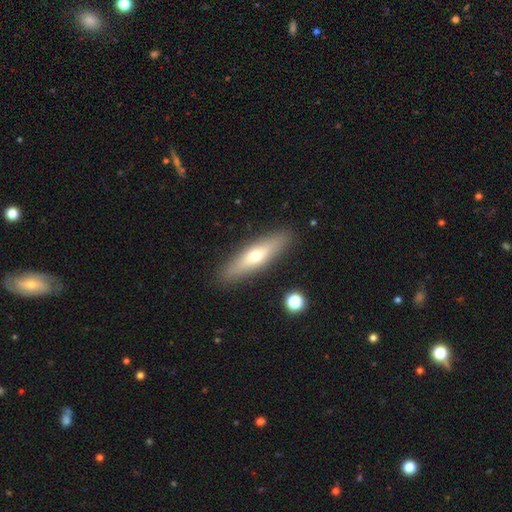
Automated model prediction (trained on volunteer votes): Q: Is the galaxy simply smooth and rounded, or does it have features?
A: smooth — 57%.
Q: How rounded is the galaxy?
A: cigar-shaped — 72%.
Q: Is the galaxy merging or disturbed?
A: none — 88%.